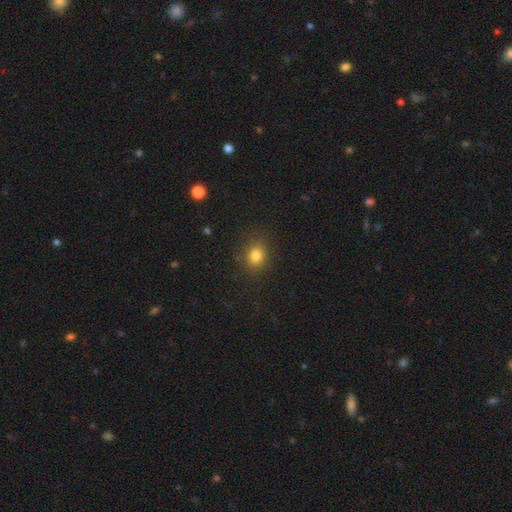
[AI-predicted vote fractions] Smooth or featured: smooth — 81% (star or artifact — 13%)
How rounded: round — 68% (in between — 31%)
Merging: none — 85% (minor disturbance — 10%)